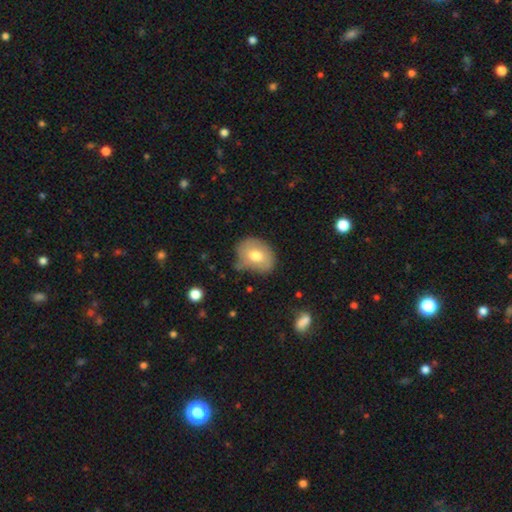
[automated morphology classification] Q: Smooth or featured?
A: smooth (70%); runner-up: featured or disk (23%)
Q: How rounded?
A: in between (60%); runner-up: round (39%)
Q: Merging?
A: none (56%); runner-up: minor disturbance (32%)